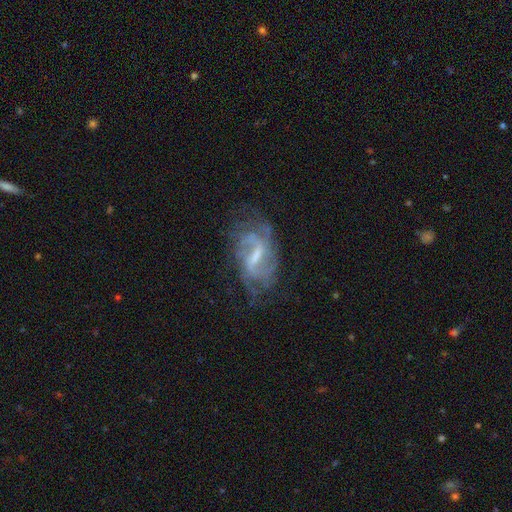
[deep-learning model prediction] Smooth or featured? featured or disk (80%)
Edge-on disk? no (95%)
Bar? weak (49%)
Spiral arms? yes (87%)
Spiral winding? medium (43%)
Spiral arm count? 2 (44%)
Bulge size? small (41%)
Merging? none (58%)